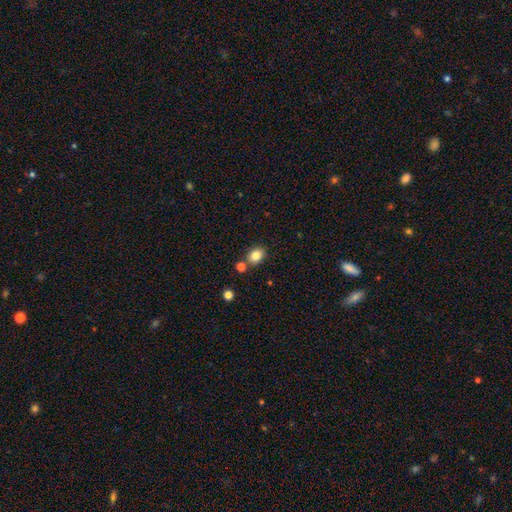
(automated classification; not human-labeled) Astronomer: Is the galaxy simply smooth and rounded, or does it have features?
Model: smooth — 83%.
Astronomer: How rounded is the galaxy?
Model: in between — 57% (runner-up: round, 42%).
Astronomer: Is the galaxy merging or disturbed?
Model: none — 77%.